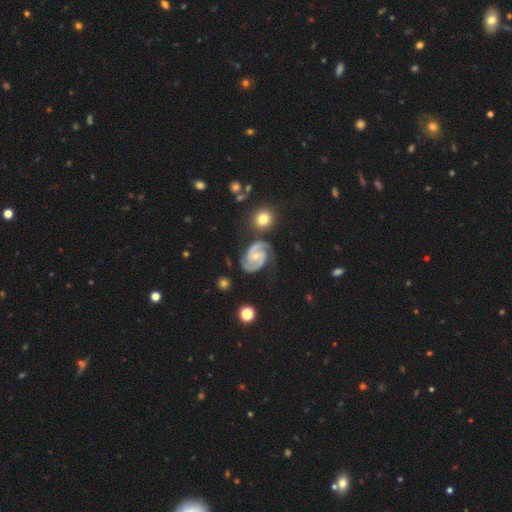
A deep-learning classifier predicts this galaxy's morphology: A featured or disk galaxy (89%) with no bar (47%), 2 (89%) medium (52%) spiral arms (98%) and a small central bulge (61%). Merging: none (71%).